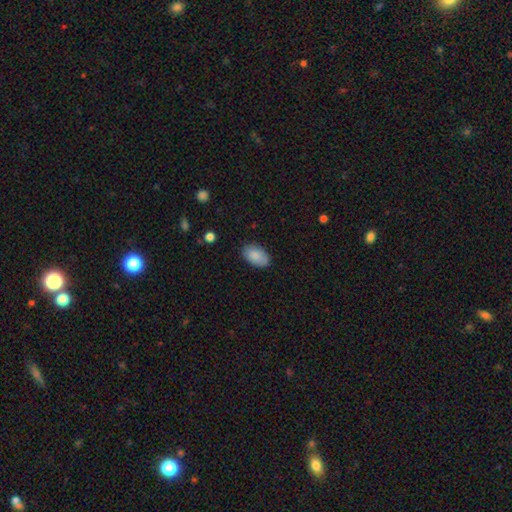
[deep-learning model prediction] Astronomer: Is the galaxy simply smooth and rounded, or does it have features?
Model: smooth — 86%.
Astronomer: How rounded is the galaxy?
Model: in between — 94%.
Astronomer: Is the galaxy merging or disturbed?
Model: none — 83%.